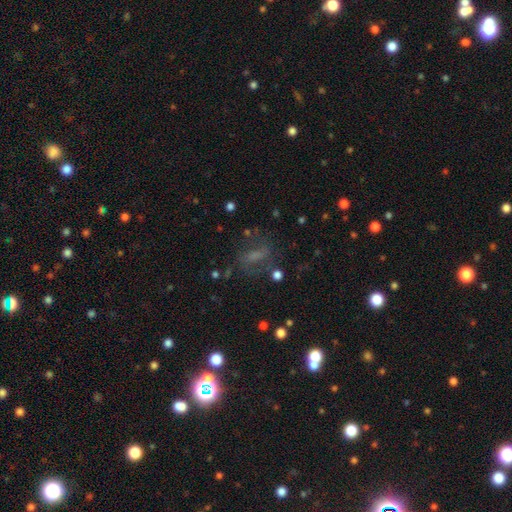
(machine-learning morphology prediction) This is marginally a smooth galaxy (40%). Merging: likely none (63%).